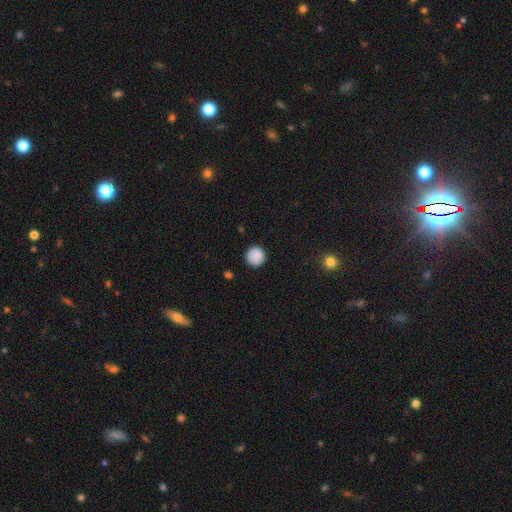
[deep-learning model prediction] smooth_or_featured: smooth (p=0.87) [alt: star or artifact p=0.08]
how_rounded: round (p=0.95) [alt: in between p=0.04]
merging: none (p=0.87) [alt: minor disturbance p=0.10]